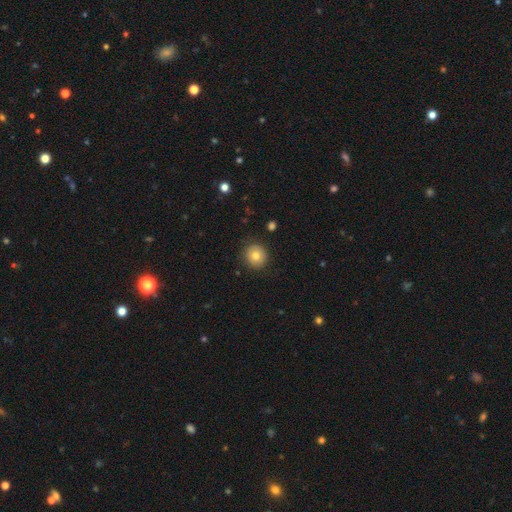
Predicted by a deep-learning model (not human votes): This is likely a smooth galaxy (79%). How rounded: clearly round (92%). Merging: clearly none (89%).